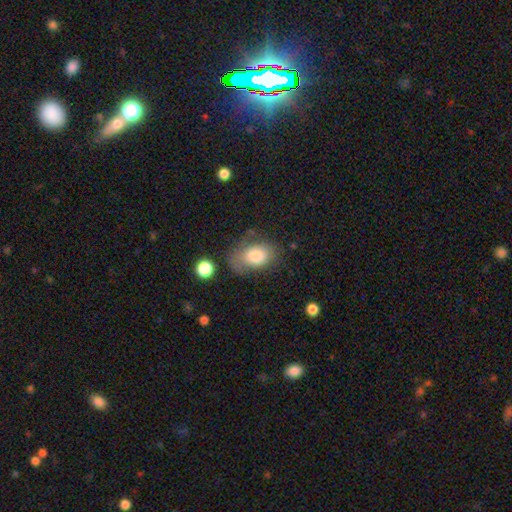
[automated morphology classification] This is likely a smooth galaxy (80%). How rounded: clearly in between (81%). Merging: possibly none (54%).